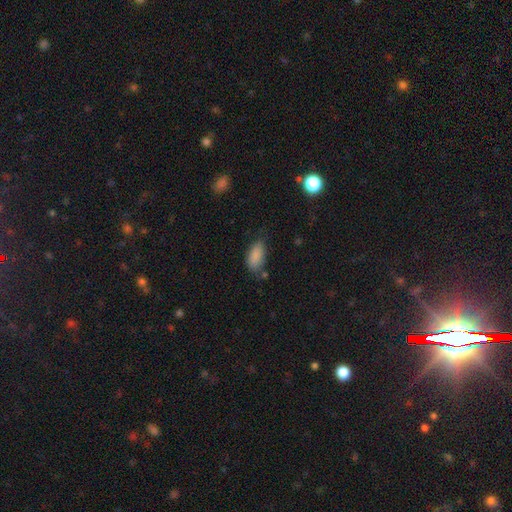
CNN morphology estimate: Smooth or featured? smooth (86%)
How rounded? in between (90%)
Merging? none (59%)